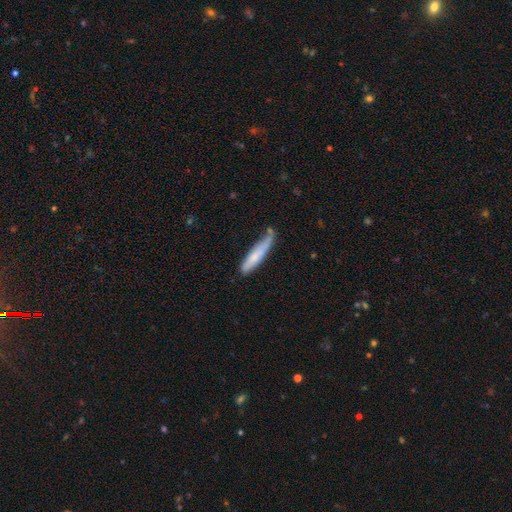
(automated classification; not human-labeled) smooth_or_featured: smooth (p=0.70) [alt: featured or disk p=0.24]
how_rounded: cigar-shaped (p=0.88) [alt: in between p=0.11]
merging: none (p=0.54) [alt: minor disturbance p=0.30]